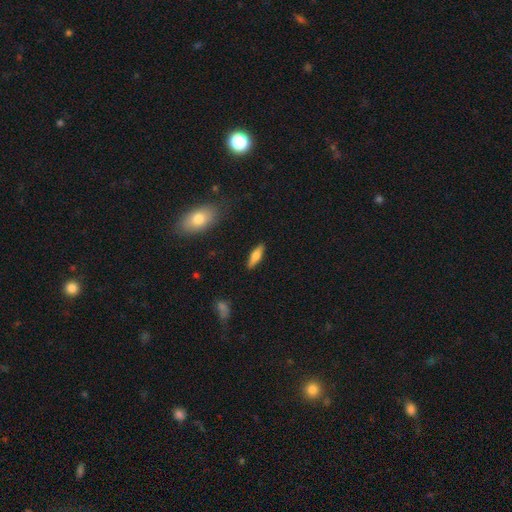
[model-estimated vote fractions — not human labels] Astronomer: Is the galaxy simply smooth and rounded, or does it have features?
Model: smooth — 66%.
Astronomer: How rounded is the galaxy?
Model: cigar-shaped — 57% (runner-up: in between, 41%).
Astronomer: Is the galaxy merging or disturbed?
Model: none — 87%.